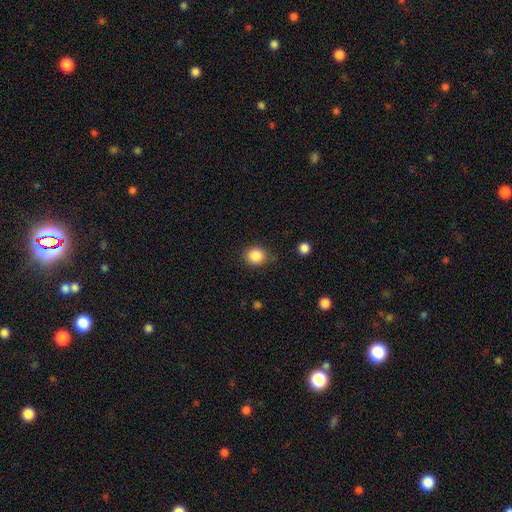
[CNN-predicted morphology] smooth_or_featured: smooth (p=0.86) [alt: star or artifact p=0.10]
how_rounded: round (p=0.80) [alt: in between p=0.19]
merging: none (p=0.82) [alt: minor disturbance p=0.12]